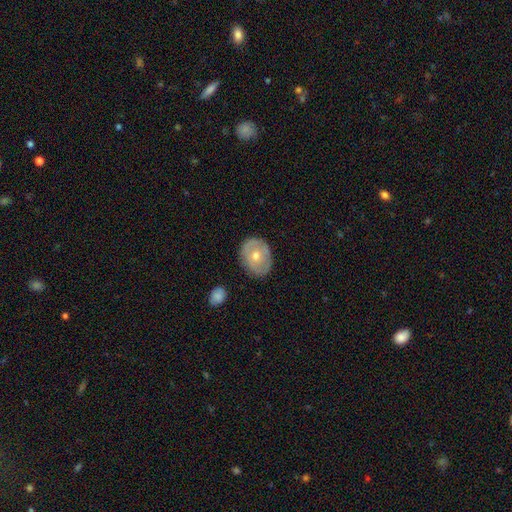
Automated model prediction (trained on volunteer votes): A featured or disk galaxy (49%).

Vote fractions:
- Smooth or featured? featured or disk: 49% / smooth: 44% / star or artifact: 7%
- Merging? none: 81% / minor disturbance: 14% / major disturbance: 3% / merger: 2%